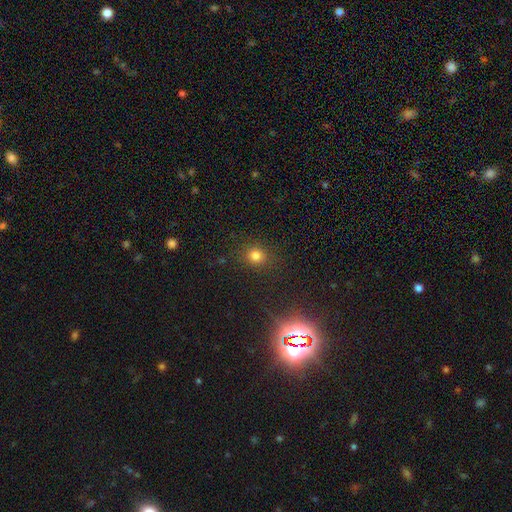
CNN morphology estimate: This appears to be a smooth galaxy with no disk features (77%) that is round (85%). Merging: none (87%).